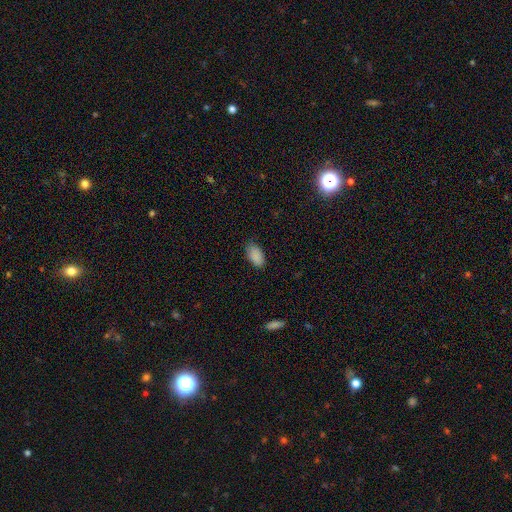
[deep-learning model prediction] The model was most divided on "merging": none: 80%, minor disturbance: 16%, major disturbance: 3%, merger: 1%. More confident: how rounded — in between (94%); smooth or featured — smooth (89%).